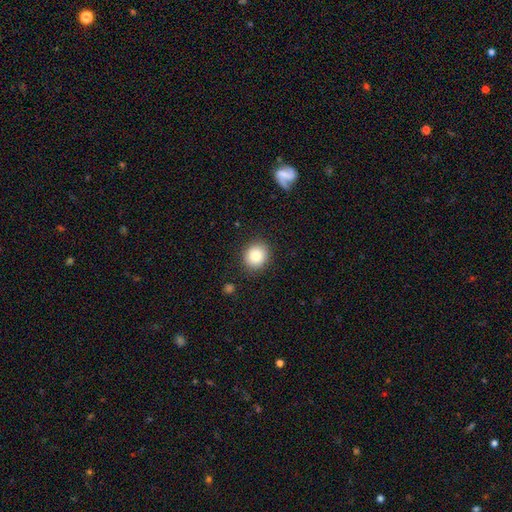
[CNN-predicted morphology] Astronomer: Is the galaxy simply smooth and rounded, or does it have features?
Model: smooth — 83%.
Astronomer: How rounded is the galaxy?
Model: round — 79%.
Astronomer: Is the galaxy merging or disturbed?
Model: none — 88%.